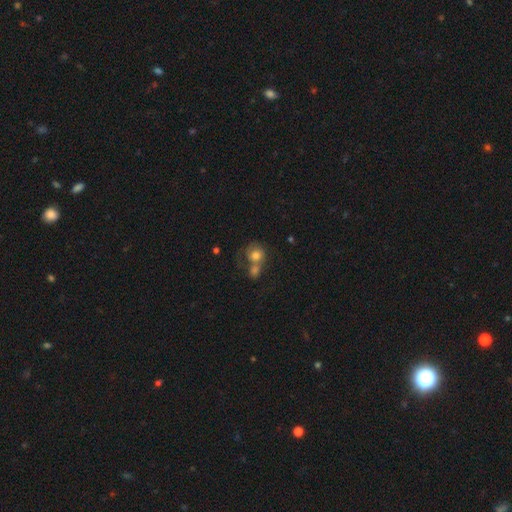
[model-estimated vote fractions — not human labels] Smooth or featured? smooth (72%)
How rounded? round (77%)
Merging? merger (54%)